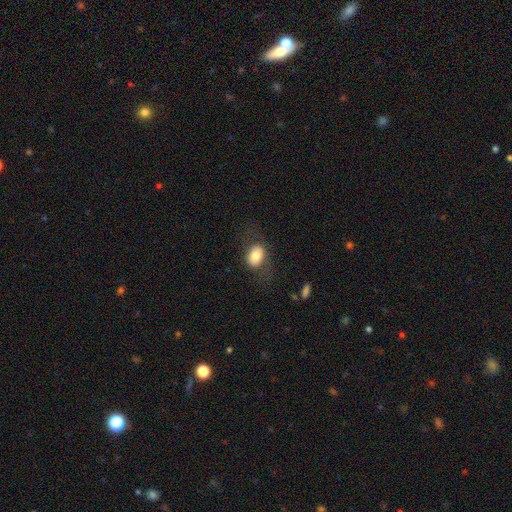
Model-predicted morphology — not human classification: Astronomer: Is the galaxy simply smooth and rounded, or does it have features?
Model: smooth — 77%.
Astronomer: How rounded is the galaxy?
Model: in between — 77%.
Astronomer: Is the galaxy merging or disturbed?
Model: none — 68%.